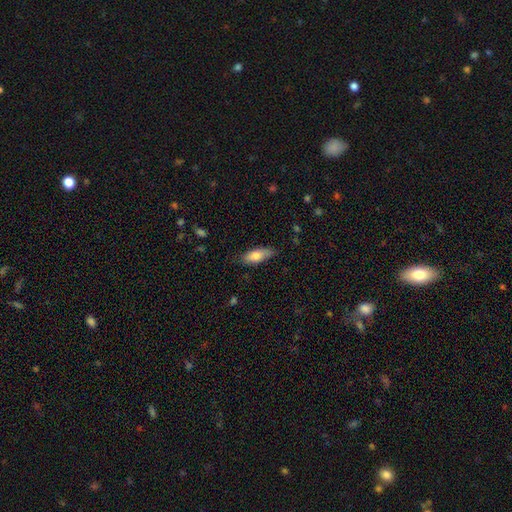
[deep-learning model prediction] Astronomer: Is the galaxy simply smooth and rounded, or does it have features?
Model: smooth — 77%.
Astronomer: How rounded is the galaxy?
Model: in between — 71%.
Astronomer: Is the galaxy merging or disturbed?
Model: none — 77%.